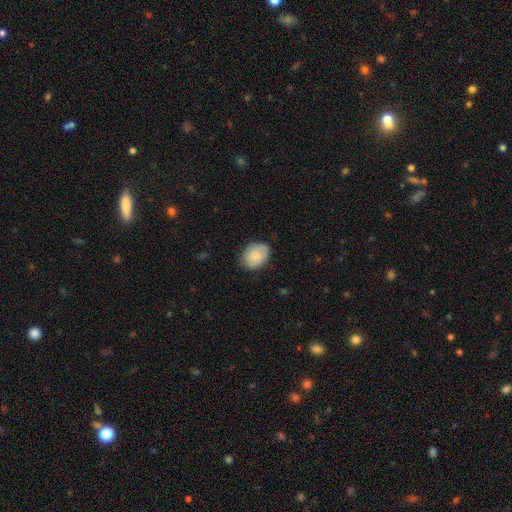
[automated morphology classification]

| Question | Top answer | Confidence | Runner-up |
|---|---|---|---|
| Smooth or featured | smooth | 75% | featured or disk (18%) |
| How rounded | in between | 61% | round (38%) |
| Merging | none | 76% | minor disturbance (19%) |